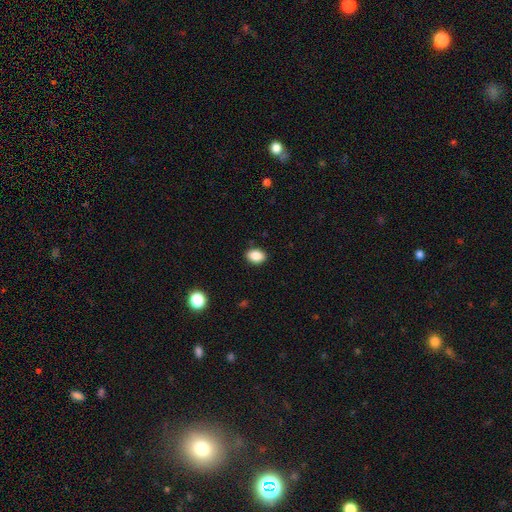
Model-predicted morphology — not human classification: Overall: smooth (88%). How rounded: in between (76%). Merging: none (89%).